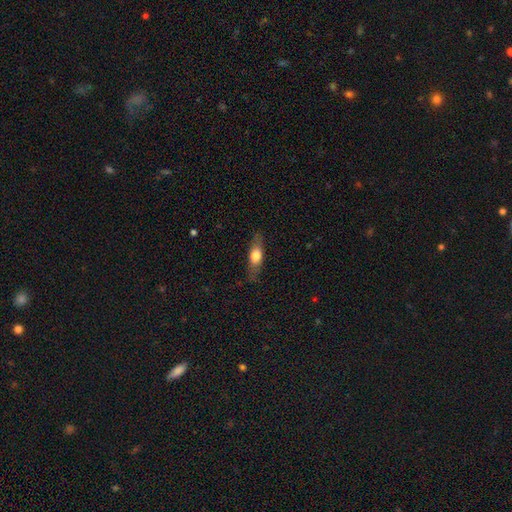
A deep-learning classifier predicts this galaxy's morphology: smooth 60%, featured or disk 33%, star or artifact 6%. Down the decision tree: how rounded — in between (50%); merging — none (81%).